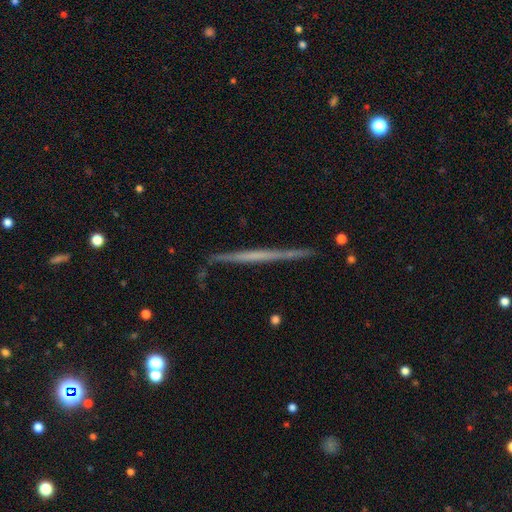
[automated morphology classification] The model was most divided on "smooth or featured": featured or disk: 65%, smooth: 28%, star or artifact: 6%. More confident: edge-on disk — yes (97%); edge-on bulge — none (87%); merging — none (85%).